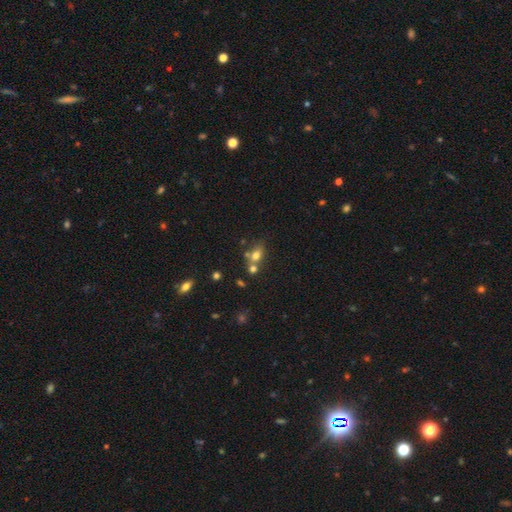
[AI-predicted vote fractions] Smooth or featured? smooth (69%)
How rounded? in between (56%)
Merging? none (45%)